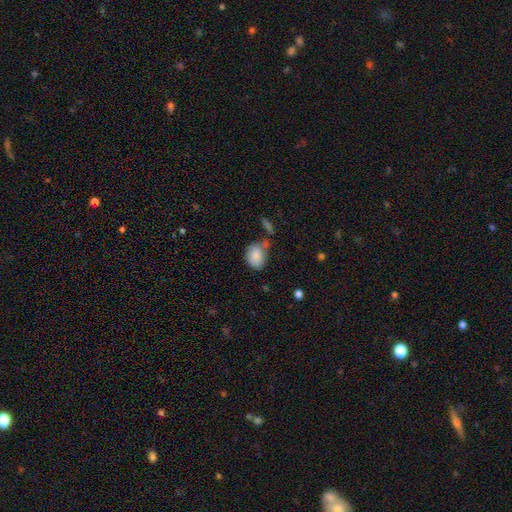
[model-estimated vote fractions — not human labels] A smooth galaxy with no disk features (84%) that is in between round and cigar-shaped (66%).

Vote fractions:
- Smooth or featured? smooth: 84% / featured or disk: 9% / star or artifact: 7%
- How rounded? in between: 66% / round: 32% / cigar-shaped: 1%
- Merging? none: 48% / minor disturbance: 26% / merger: 17% / major disturbance: 9%